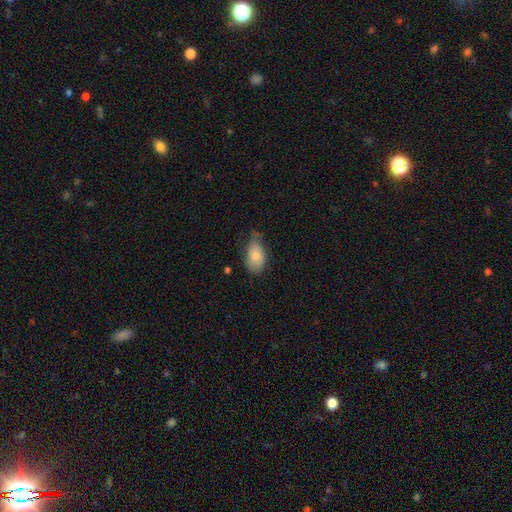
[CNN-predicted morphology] The model was most divided on "merging": none: 46%, minor disturbance: 41%, major disturbance: 11%, merger: 3%. More confident: how rounded — in between (92%); smooth or featured — smooth (77%).